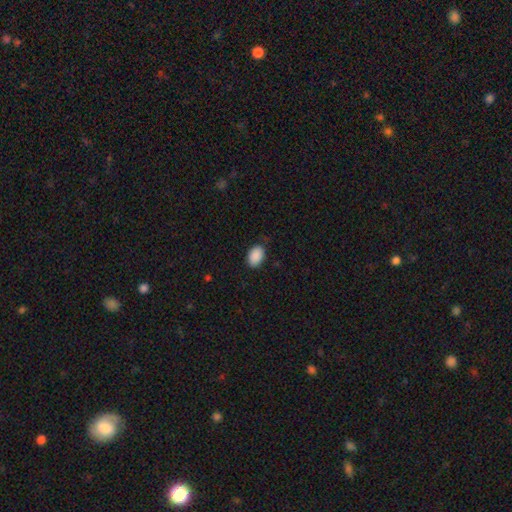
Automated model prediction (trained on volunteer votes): A smooth galaxy with no disk features (90%) that is in between round and cigar-shaped (86%). Merging: none (78%).